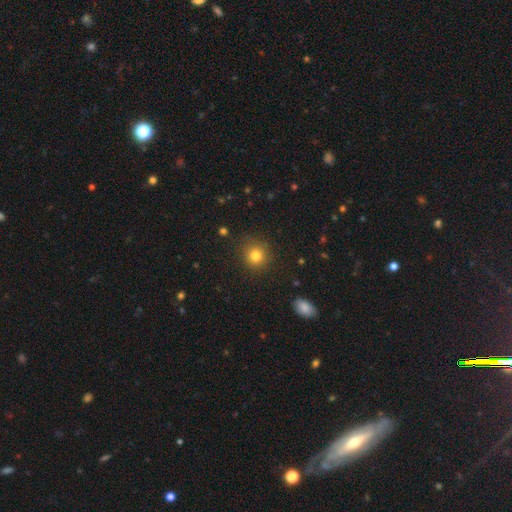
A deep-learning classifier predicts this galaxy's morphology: smooth 80%, star or artifact 13%, featured or disk 6%. Down the decision tree: how rounded — round (91%); merging — none (88%).